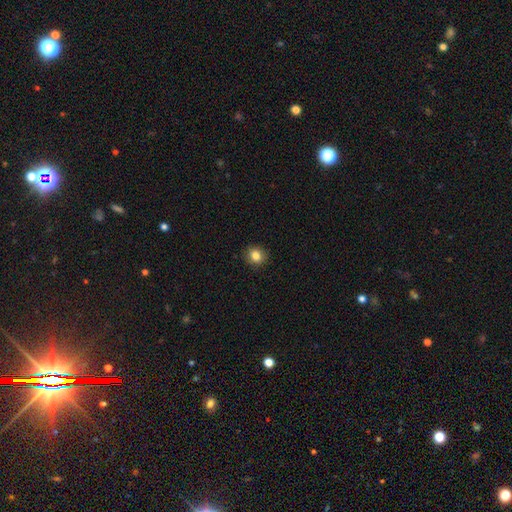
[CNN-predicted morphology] The model was most divided on "how rounded": round: 82%, in between: 18%, cigar-shaped: 1%. More confident: merging — none (91%); smooth or featured — smooth (84%).